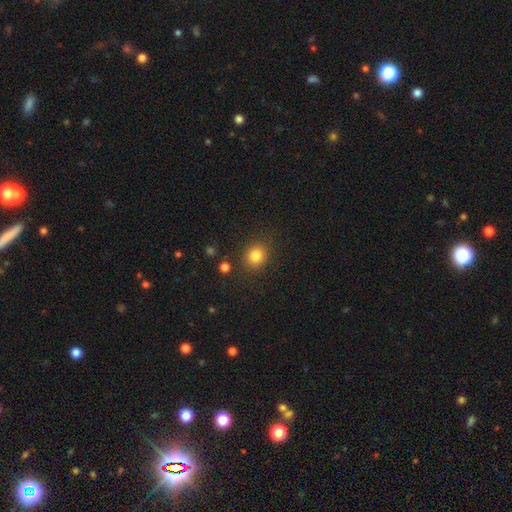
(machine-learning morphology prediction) Smooth or featured? Predicted: smooth (p=0.83). How rounded? Predicted: round (p=0.80). Merging? Predicted: none (p=0.84).